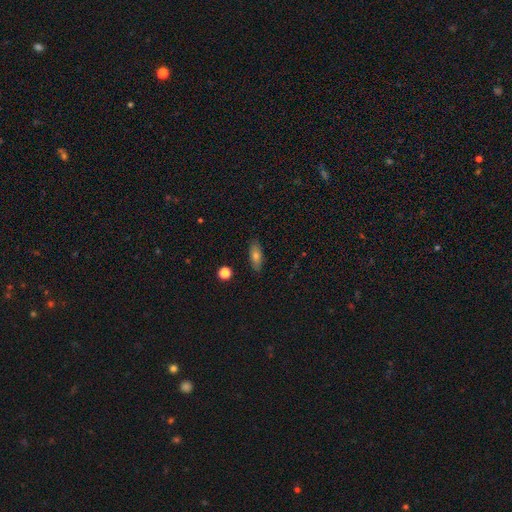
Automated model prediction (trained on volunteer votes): Q: Smooth or featured?
A: smooth (68%); runner-up: featured or disk (22%)
Q: How rounded?
A: in between (69%); runner-up: cigar-shaped (26%)
Q: Merging?
A: none (87%); runner-up: minor disturbance (10%)